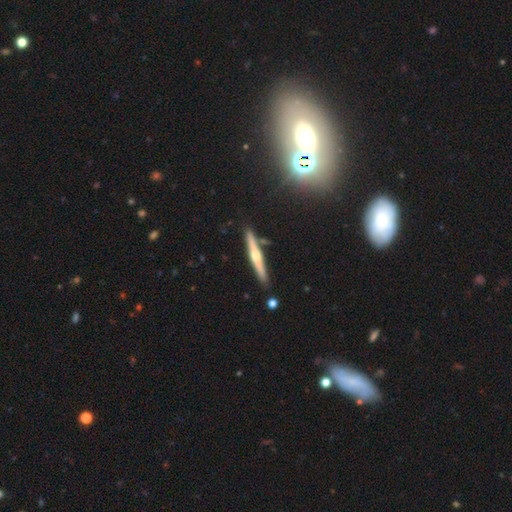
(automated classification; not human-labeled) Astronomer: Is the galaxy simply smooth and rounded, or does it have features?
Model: featured or disk — 66%.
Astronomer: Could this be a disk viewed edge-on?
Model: yes — 97%.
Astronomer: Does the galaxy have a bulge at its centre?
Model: rounded — 86%.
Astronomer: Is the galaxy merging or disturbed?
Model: none — 86%.